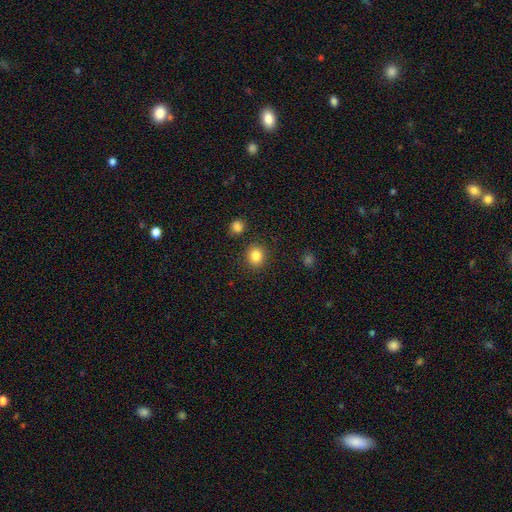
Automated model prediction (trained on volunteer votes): Smooth or featured? Predicted: smooth (p=0.85). How rounded? Predicted: round (p=0.79). Merging? Predicted: none (p=0.88).